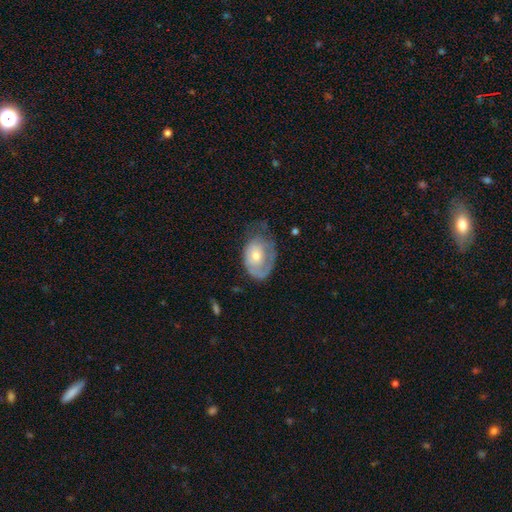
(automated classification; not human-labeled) Smooth or featured? Predicted: featured or disk (p=0.52). Edge-on disk? Predicted: no (p=0.95). Merging? Predicted: none (p=0.40).